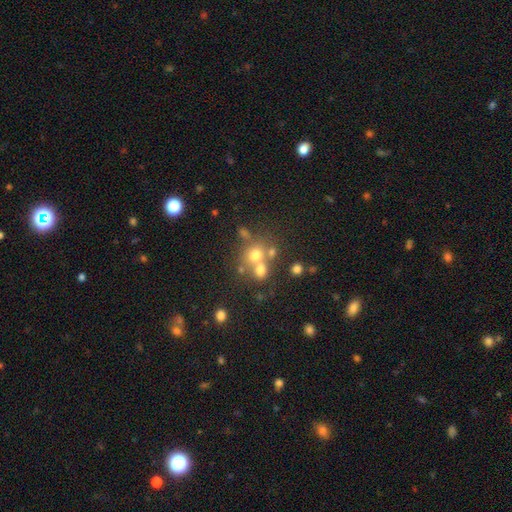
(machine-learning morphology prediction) A smooth galaxy with no disk features (62%) that is round (80%). Merging: none (46%).